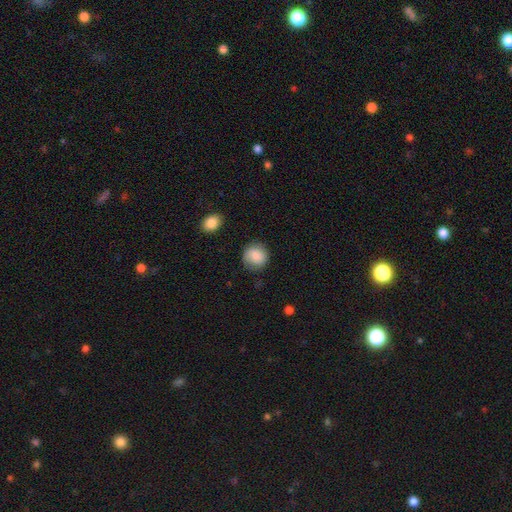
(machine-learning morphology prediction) Smooth or featured? Predicted: smooth (p=0.82). How rounded? Predicted: round (p=0.88). Merging? Predicted: none (p=0.79).